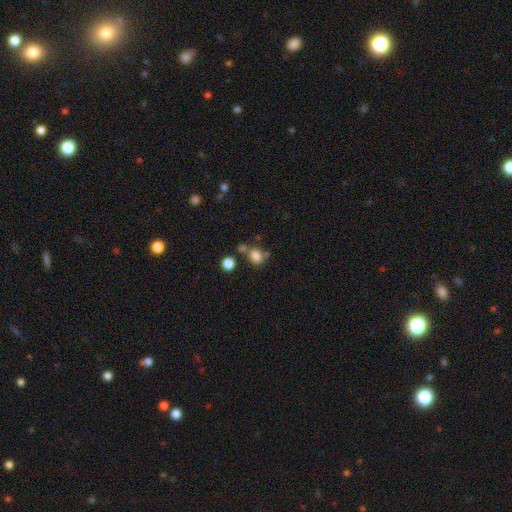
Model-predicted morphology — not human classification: Smooth or featured? smooth (80%)
How rounded? round (65%)
Merging? none (60%)